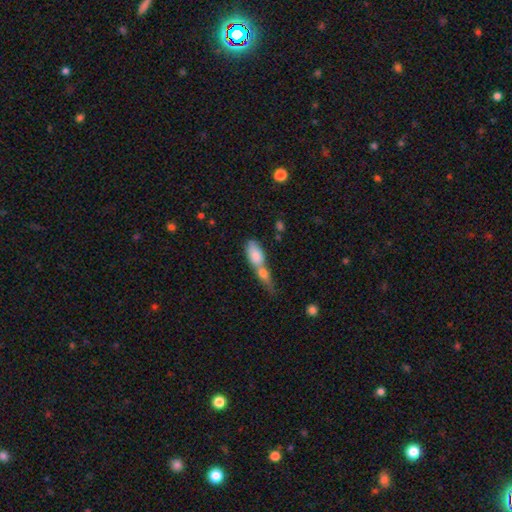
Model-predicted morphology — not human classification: type=smooth (78%); roundness=in between (77%); merging=merger (68%).